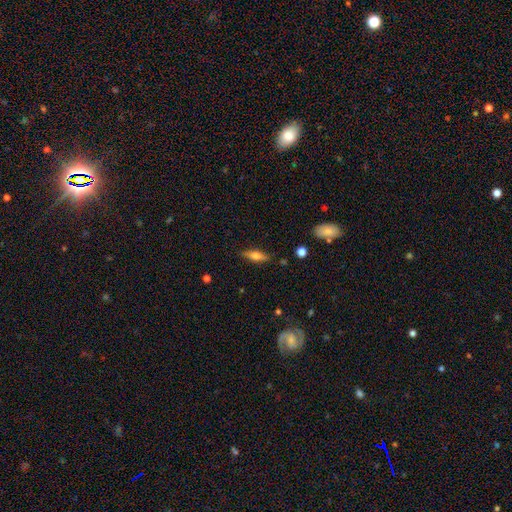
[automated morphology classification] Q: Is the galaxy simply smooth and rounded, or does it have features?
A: smooth — 55%.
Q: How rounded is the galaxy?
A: cigar-shaped — 51%.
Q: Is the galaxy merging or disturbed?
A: none — 83%.